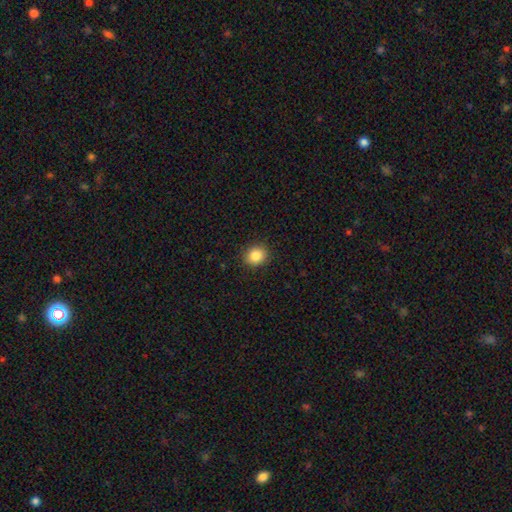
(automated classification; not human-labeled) A smooth galaxy with no disk features (86%) that is round (78%).

Vote fractions:
- Smooth or featured? smooth: 86% / star or artifact: 10% / featured or disk: 5%
- How rounded? round: 78% / in between: 21% / cigar-shaped: 1%
- Merging? none: 90% / minor disturbance: 7% / major disturbance: 2% / merger: 1%